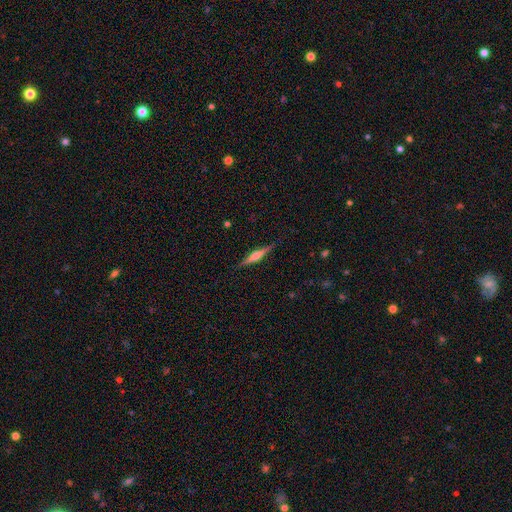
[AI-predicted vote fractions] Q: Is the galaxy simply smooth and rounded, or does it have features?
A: featured or disk — 73%.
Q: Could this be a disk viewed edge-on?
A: yes — 98%.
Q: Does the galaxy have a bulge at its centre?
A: rounded — 76%.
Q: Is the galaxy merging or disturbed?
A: none — 89%.